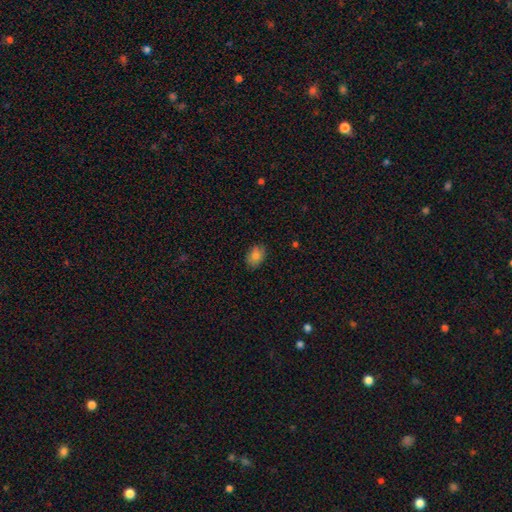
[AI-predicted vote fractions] smooth_or_featured: smooth (p=0.81) [alt: featured or disk p=0.10]
how_rounded: in between (p=0.77) [alt: round p=0.21]
merging: none (p=0.85) [alt: minor disturbance p=0.12]